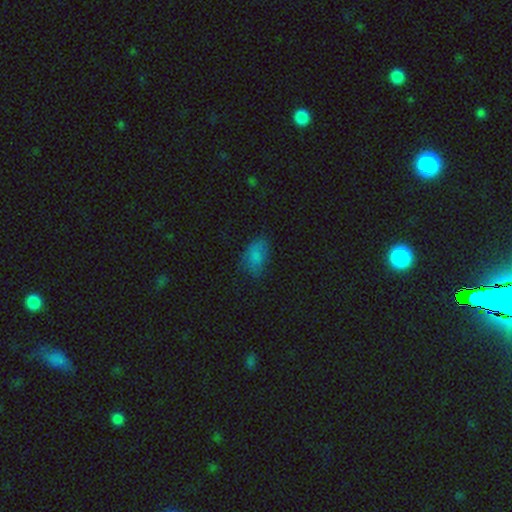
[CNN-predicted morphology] type=smooth (76%); roundness=in between (90%); merging=none (59%).